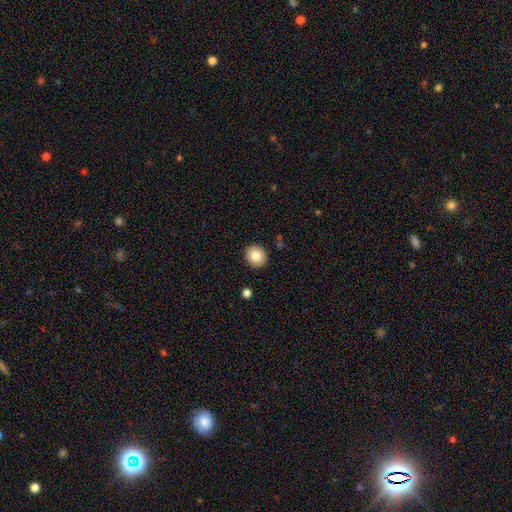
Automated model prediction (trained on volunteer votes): Smooth or featured? smooth (85%)
How rounded? round (81%)
Merging? none (91%)